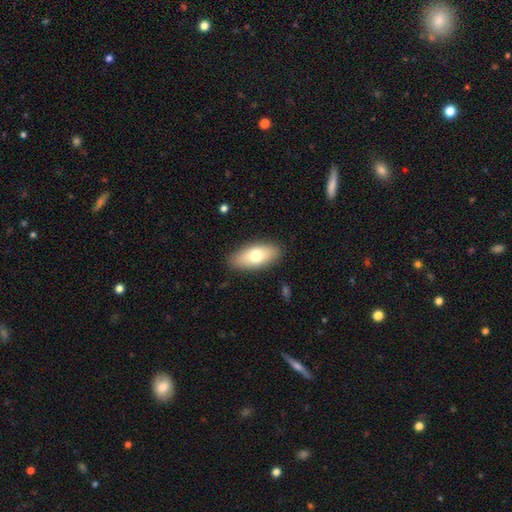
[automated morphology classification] Smooth or featured: smooth — 71% (featured or disk — 23%)
How rounded: in between — 86% (cigar-shaped — 11%)
Merging: none — 88% (minor disturbance — 9%)